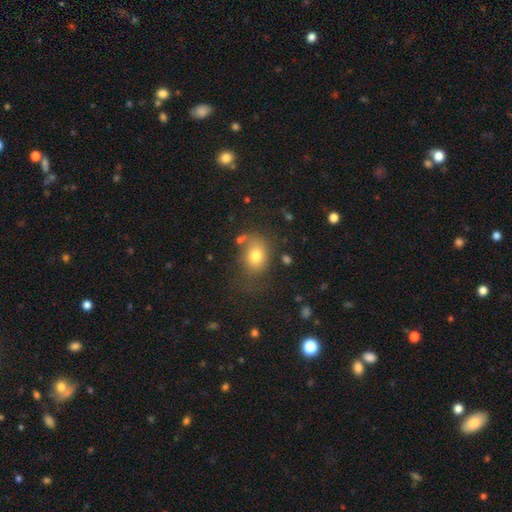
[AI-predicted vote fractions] Morphology: type=smooth (74%); roundness=in between (54%); merging=none (59%).